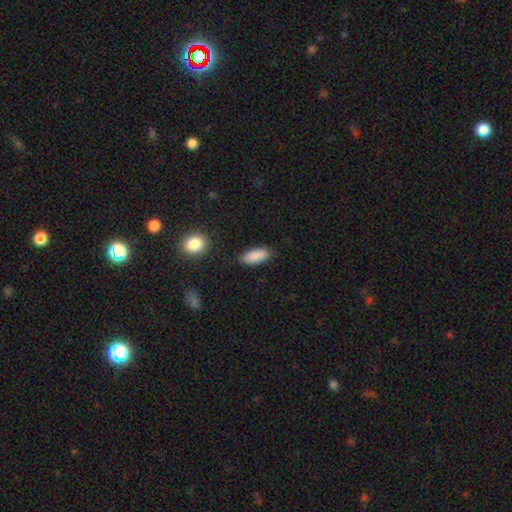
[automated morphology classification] Q: Smooth or featured?
A: smooth (89%); runner-up: star or artifact (7%)
Q: How rounded?
A: in between (86%); runner-up: cigar-shaped (12%)
Q: Merging?
A: none (83%); runner-up: minor disturbance (12%)